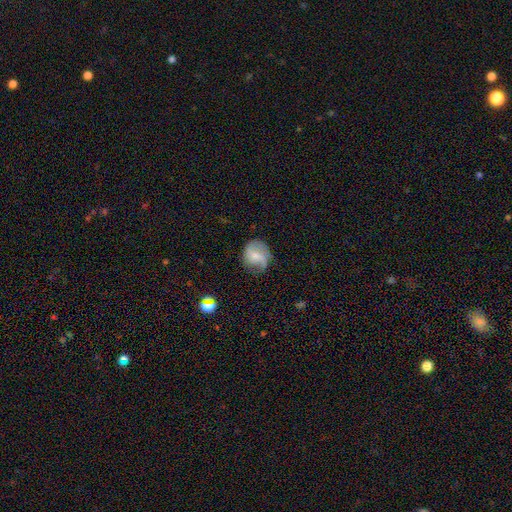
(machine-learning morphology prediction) This is possibly a featured or disk galaxy (56%). It is clearly not viewed edge-on (97%). Bar: possibly no (50%). Spiral arm pattern: clearly yes (86%). Central bulge: possibly small (56%). Merging: possibly none (59%).